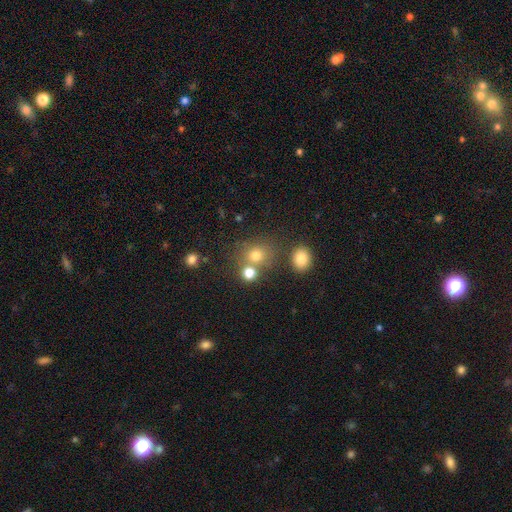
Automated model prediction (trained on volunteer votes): Smooth or featured? smooth (73%)
How rounded? round (77%)
Merging? none (61%)